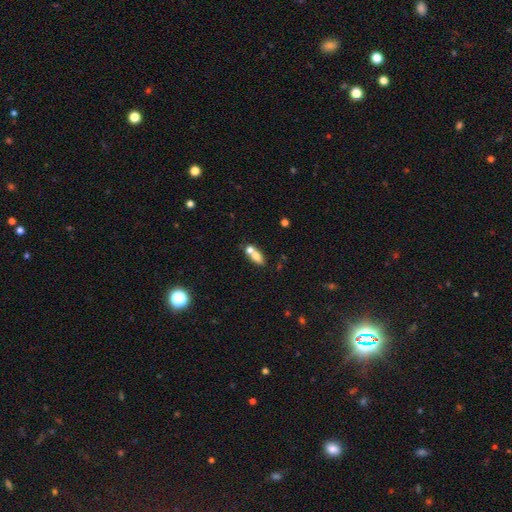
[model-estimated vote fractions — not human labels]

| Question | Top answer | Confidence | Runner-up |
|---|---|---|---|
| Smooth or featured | smooth | 70% | featured or disk (21%) |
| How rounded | in between | 75% | cigar-shaped (13%) |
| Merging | merger | 54% | none (33%) |